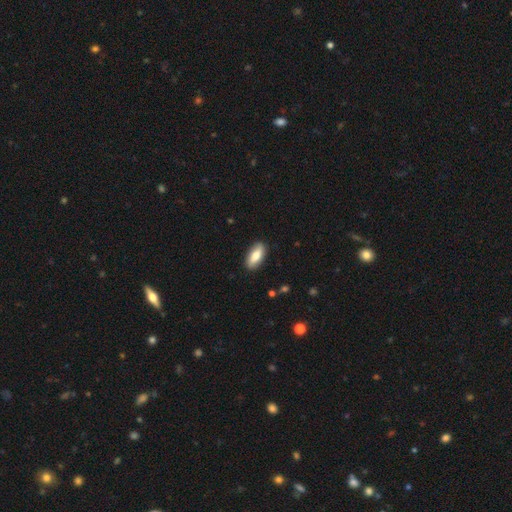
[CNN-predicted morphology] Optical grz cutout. It shows a smooth galaxy with no disk features (78%) that is in between round and cigar-shaped (86%). Merging: none (89%).